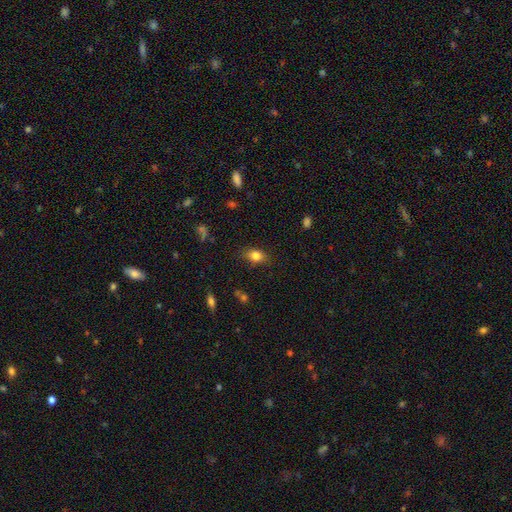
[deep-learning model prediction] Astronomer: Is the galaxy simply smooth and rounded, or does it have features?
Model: smooth — 81%.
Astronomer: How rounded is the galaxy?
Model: in between — 73%.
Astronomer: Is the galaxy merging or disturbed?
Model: none — 78%.